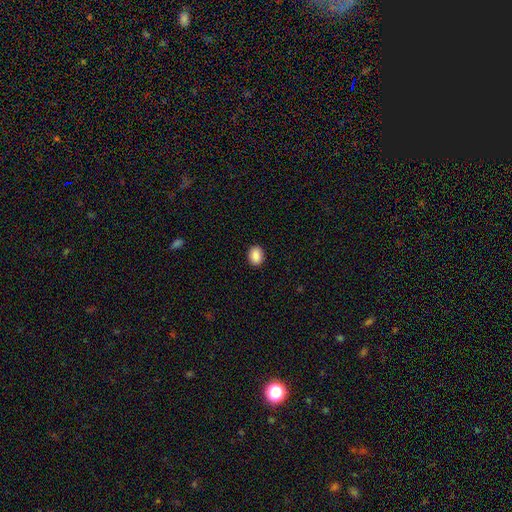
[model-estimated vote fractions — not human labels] smooth 89%, star or artifact 8%, featured or disk 4%. Down the decision tree: how rounded — in between (60%); merging — none (90%).